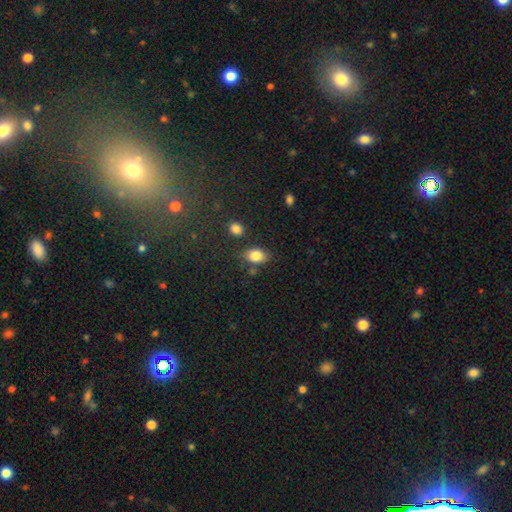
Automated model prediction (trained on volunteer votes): Smooth or featured?
  - smooth: 84% *
  - star or artifact: 9%
  - featured or disk: 6%
How rounded?
  - in between: 74% *
  - round: 25%
  - cigar-shaped: 1%
Merging?
  - none: 72% *
  - minor disturbance: 16%
  - merger: 8%
  - major disturbance: 4%